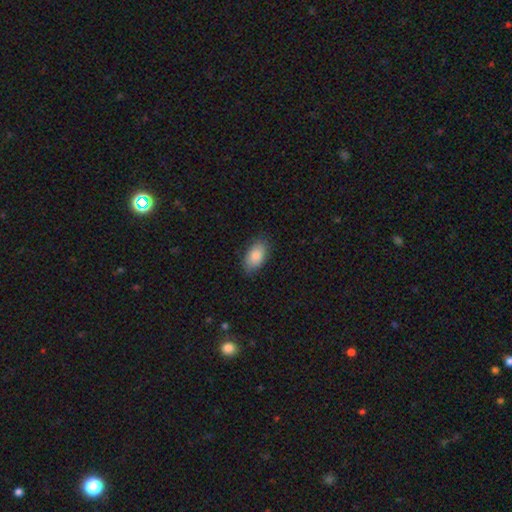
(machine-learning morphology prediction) The model was most divided on "merging": none: 82%, minor disturbance: 14%, major disturbance: 3%, merger: 1%. More confident: how rounded — in between (93%); smooth or featured — smooth (85%).